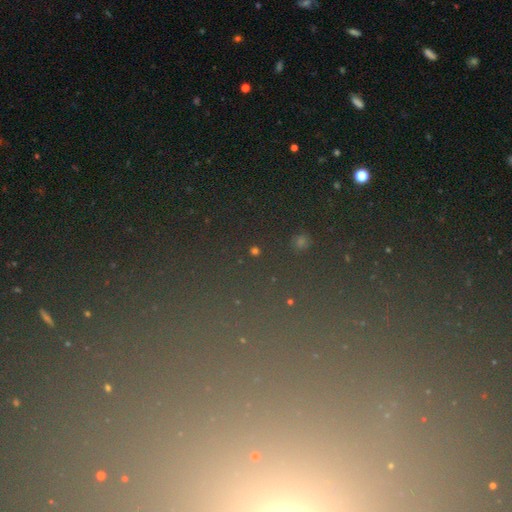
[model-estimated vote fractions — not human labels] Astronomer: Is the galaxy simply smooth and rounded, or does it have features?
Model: star or artifact — 73%.